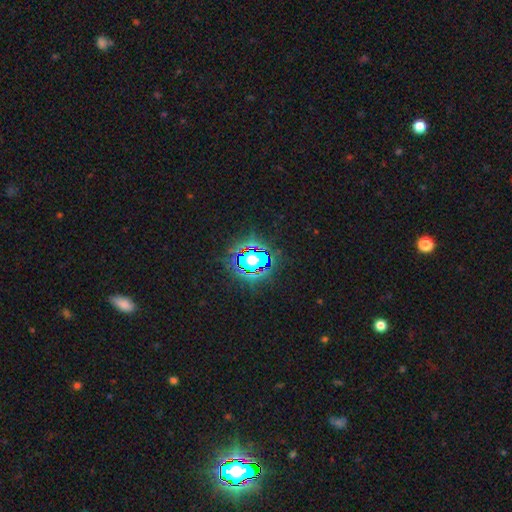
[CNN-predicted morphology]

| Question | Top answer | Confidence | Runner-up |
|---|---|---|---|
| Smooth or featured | star or artifact | 71% | smooth (18%) |